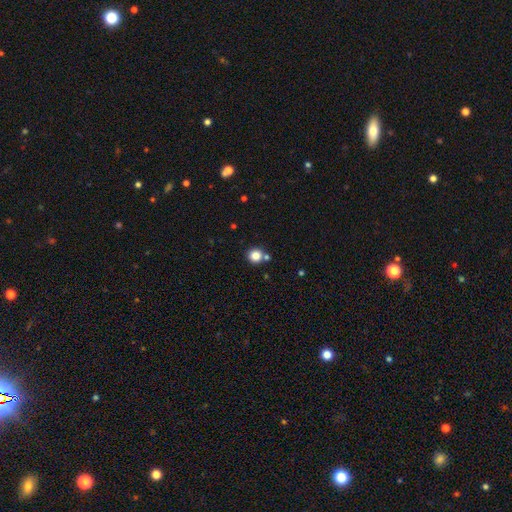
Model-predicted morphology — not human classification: smooth-or-featured: smooth: 83% | star or artifact: 12% | featured or disk: 6%
  how-rounded: round: 93% | in between: 6% | cigar-shaped: 1%
  merging: none: 74% | merger: 15% | minor disturbance: 8% | major disturbance: 3%